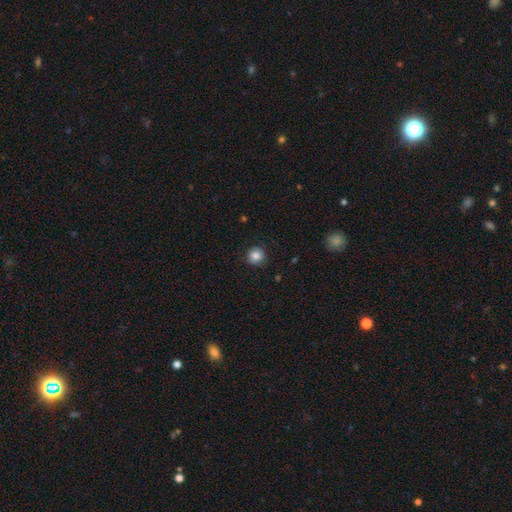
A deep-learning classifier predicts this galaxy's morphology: The model was most divided on "smooth or featured": smooth: 84%, star or artifact: 10%, featured or disk: 6%. More confident: how rounded — round (92%); merging — none (86%).